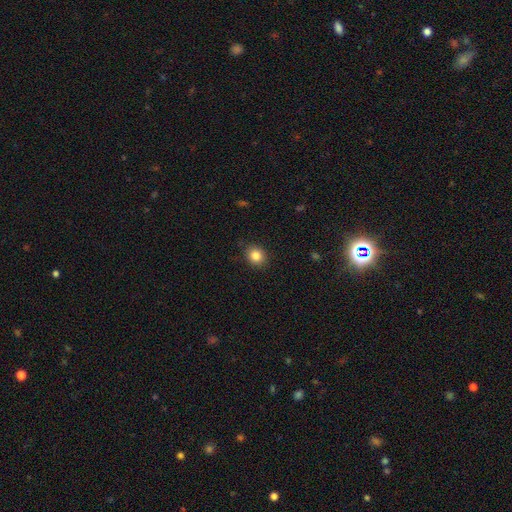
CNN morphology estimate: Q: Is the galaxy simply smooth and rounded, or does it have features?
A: smooth — 84%.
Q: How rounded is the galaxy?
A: round — 68%.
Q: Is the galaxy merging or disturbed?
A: none — 87%.